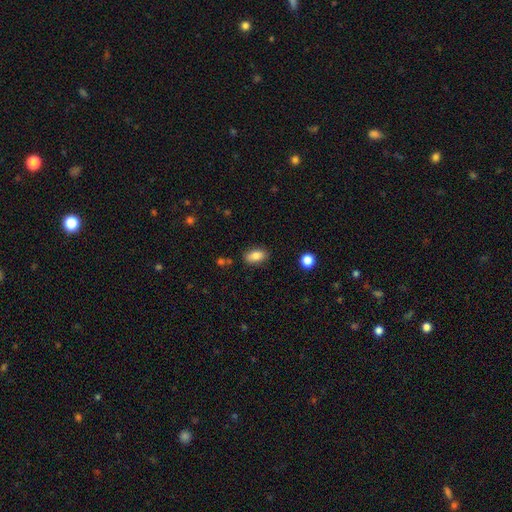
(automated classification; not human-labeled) Overall: smooth (83%). How rounded: in between (89%). Merging: none (85%).